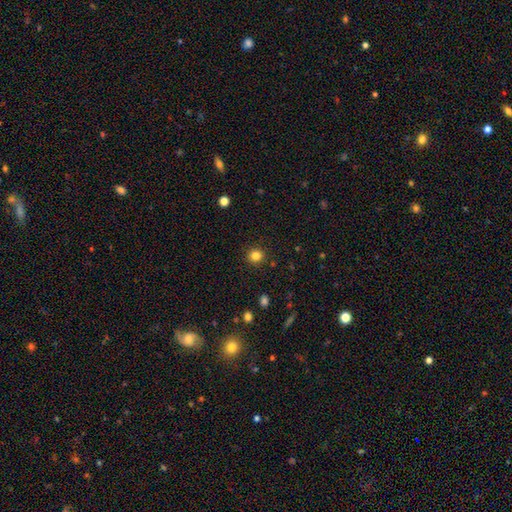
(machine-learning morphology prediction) The model was most divided on "smooth or featured": smooth: 82%, star or artifact: 13%, featured or disk: 5%. More confident: merging — none (91%); how rounded — round (91%).